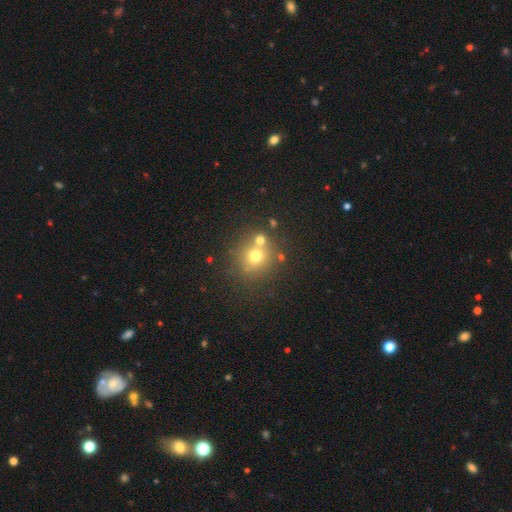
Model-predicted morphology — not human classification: Smooth or featured: smooth — 68% (star or artifact — 18%)
How rounded: round — 86% (in between — 13%)
Merging: none — 62% (merger — 25%)